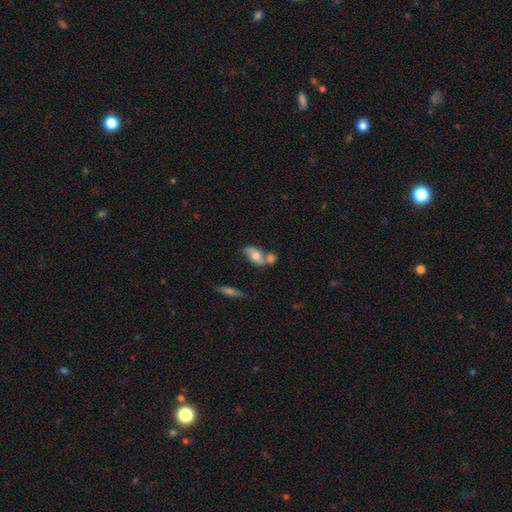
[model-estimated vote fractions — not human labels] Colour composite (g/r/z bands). It shows a smooth galaxy with no disk features (53%) that is in between round and cigar-shaped (83%). Merging: merger (40%, tied with none).